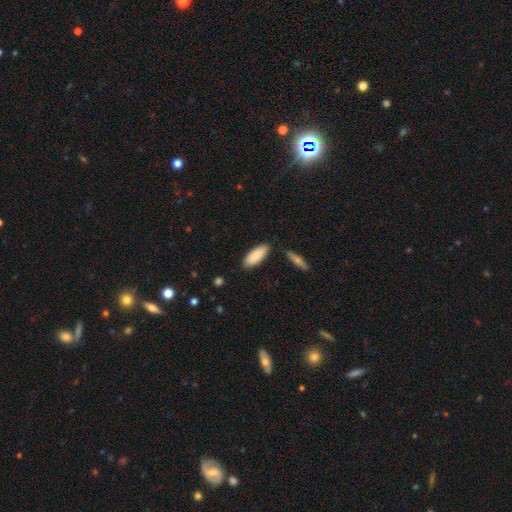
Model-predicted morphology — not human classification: Smooth or featured? smooth (86%)
How rounded? in between (77%)
Merging? none (83%)